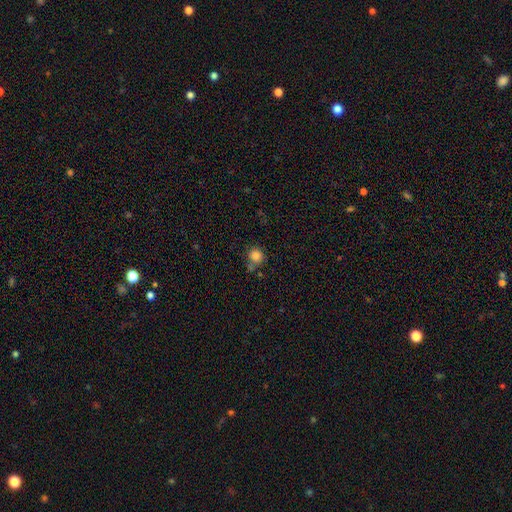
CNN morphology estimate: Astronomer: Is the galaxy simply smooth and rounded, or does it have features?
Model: smooth — 82%.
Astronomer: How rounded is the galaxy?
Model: round — 90%.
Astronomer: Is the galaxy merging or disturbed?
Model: none — 68%.